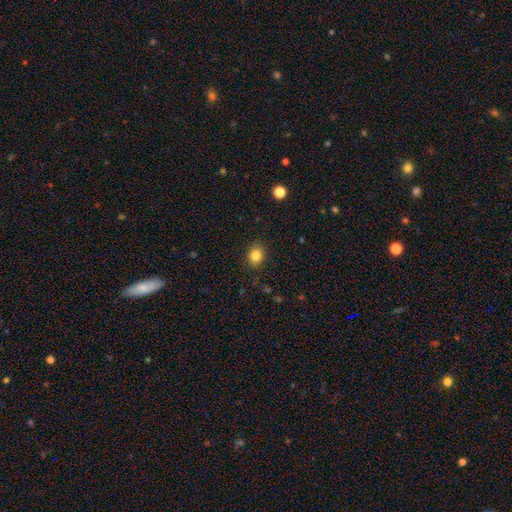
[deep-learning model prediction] smooth 83%, star or artifact 10%, featured or disk 6%. Down the decision tree: how rounded — in between (52%); merging — none (86%).